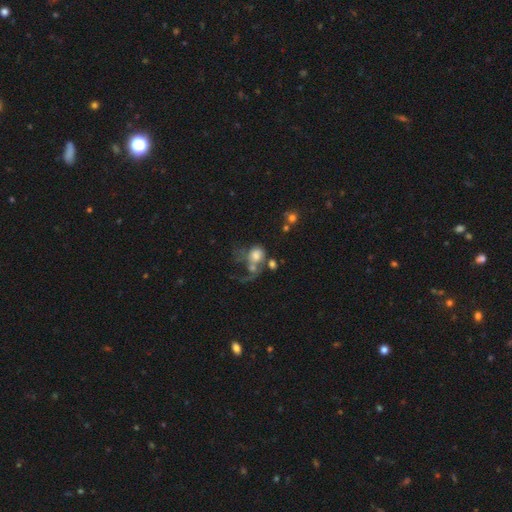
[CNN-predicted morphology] smooth_or_featured: smooth (p=0.55) [alt: featured or disk p=0.33]
how_rounded: round (p=0.58) [alt: in between p=0.41]
merging: major disturbance (p=0.41) [alt: merger p=0.32]